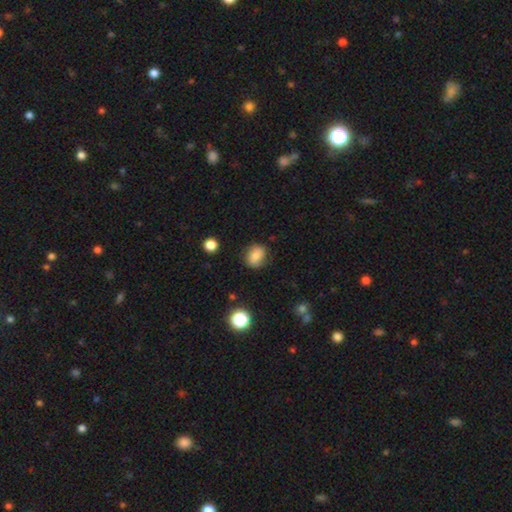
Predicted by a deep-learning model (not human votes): Morphology: type=smooth (81%); roundness=round (50%); merging=none (78%).